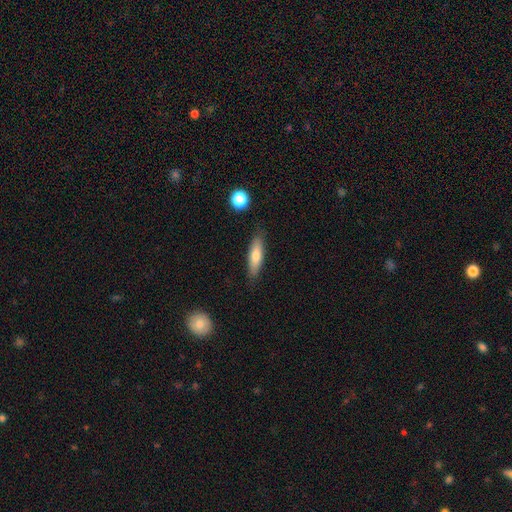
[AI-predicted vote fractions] Smooth or featured? Predicted: smooth (p=0.71). How rounded? Predicted: cigar-shaped (p=0.64). Merging? Predicted: none (p=0.83).